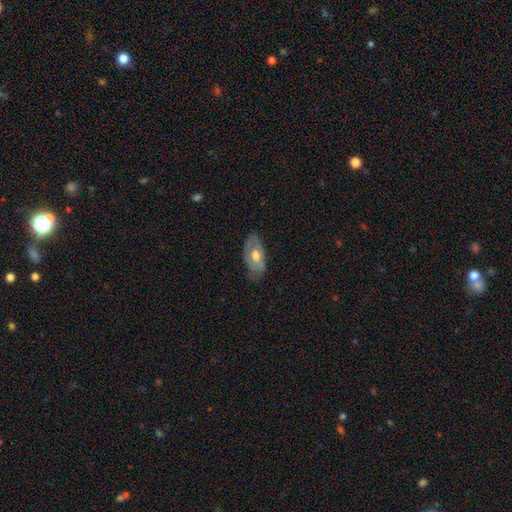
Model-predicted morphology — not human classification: Smooth or featured? Predicted: featured or disk (p=0.48). Merging? Predicted: none (p=0.70).